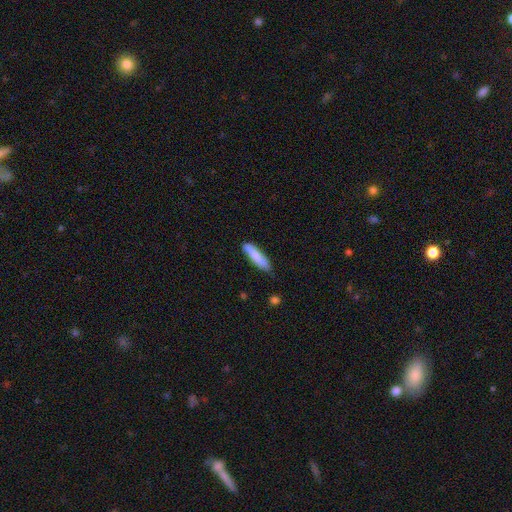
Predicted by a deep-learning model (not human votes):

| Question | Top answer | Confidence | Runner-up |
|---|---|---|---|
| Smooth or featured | smooth | 80% | featured or disk (14%) |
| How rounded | cigar-shaped | 75% | in between (24%) |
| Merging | none | 79% | minor disturbance (17%) |